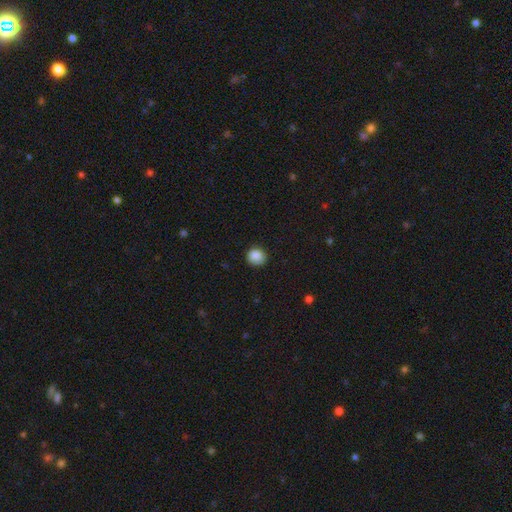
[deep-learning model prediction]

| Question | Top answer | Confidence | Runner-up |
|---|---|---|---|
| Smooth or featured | smooth | 87% | star or artifact (9%) |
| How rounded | round | 87% | in between (13%) |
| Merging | none | 82% | minor disturbance (14%) |